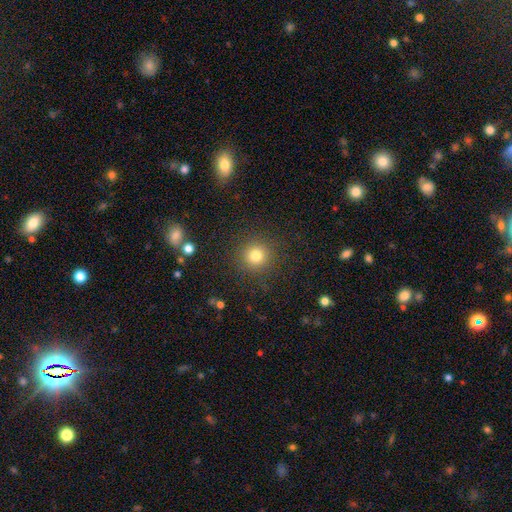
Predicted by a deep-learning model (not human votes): Q: Smooth or featured?
A: smooth (79%); runner-up: star or artifact (14%)
Q: How rounded?
A: round (94%); runner-up: in between (5%)
Q: Merging?
A: none (89%); runner-up: minor disturbance (6%)